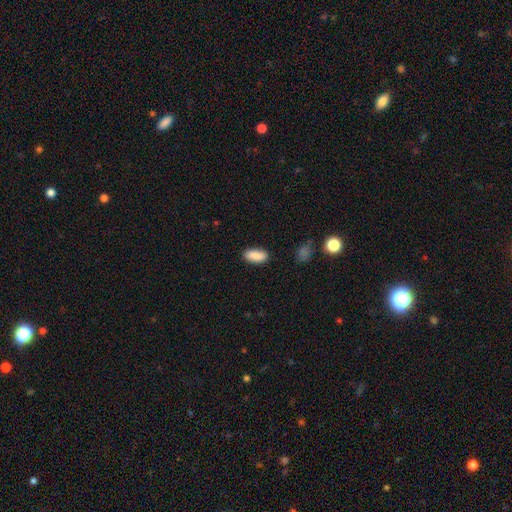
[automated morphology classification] Smooth or featured: smooth — 87% (star or artifact — 7%)
How rounded: in between — 86% (cigar-shaped — 12%)
Merging: none — 84% (minor disturbance — 12%)